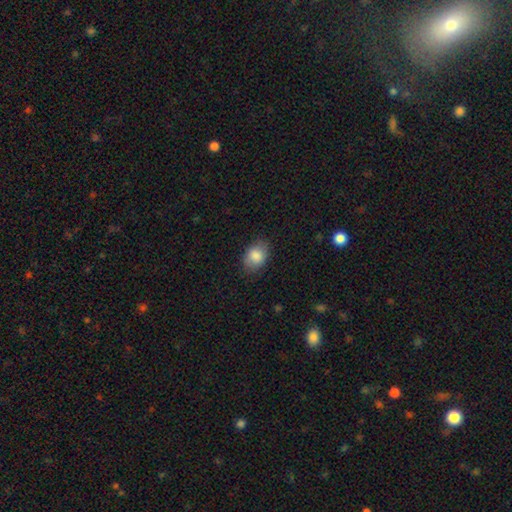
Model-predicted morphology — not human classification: smooth 85%, featured or disk 8%, star or artifact 7%. Down the decision tree: how rounded — in between (76%); merging — none (80%).